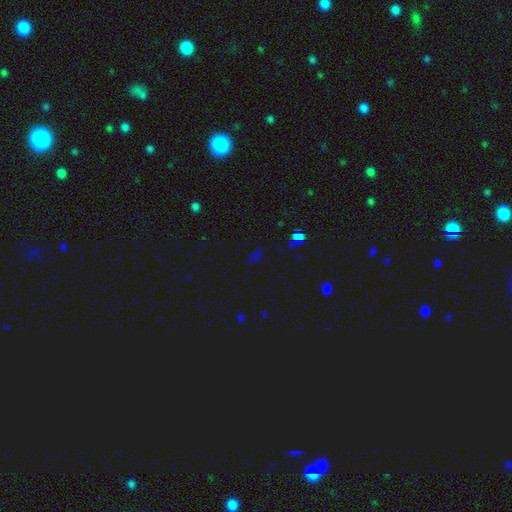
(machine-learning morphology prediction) smooth-or-featured: star or artifact: 59% | smooth: 33% | featured or disk: 8%